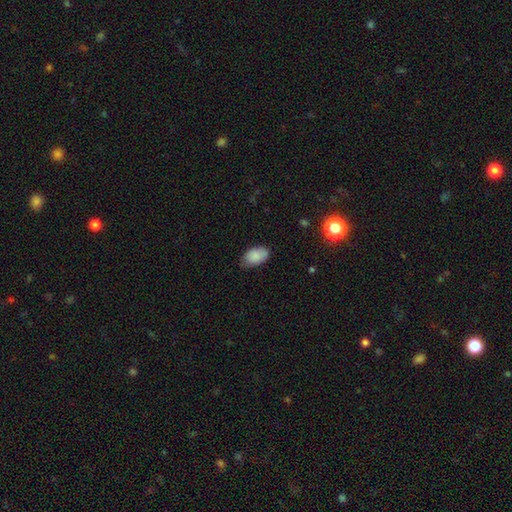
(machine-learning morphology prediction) smooth 86%, star or artifact 8%, featured or disk 6%. Down the decision tree: how rounded — in between (93%); merging — none (69%).